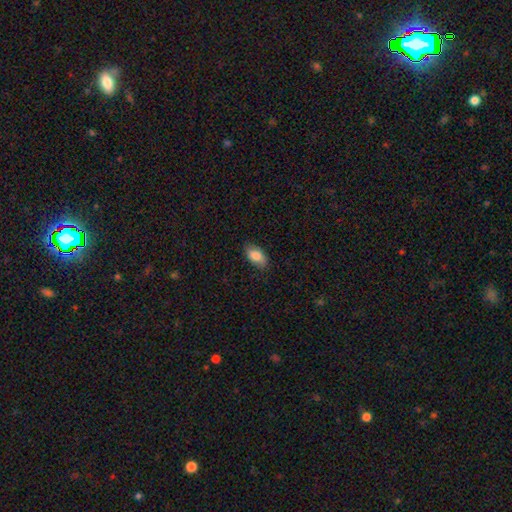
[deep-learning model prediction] The model was most divided on "merging": none: 83%, minor disturbance: 13%, major disturbance: 3%, merger: 1%. More confident: how rounded — in between (93%); smooth or featured — smooth (84%).